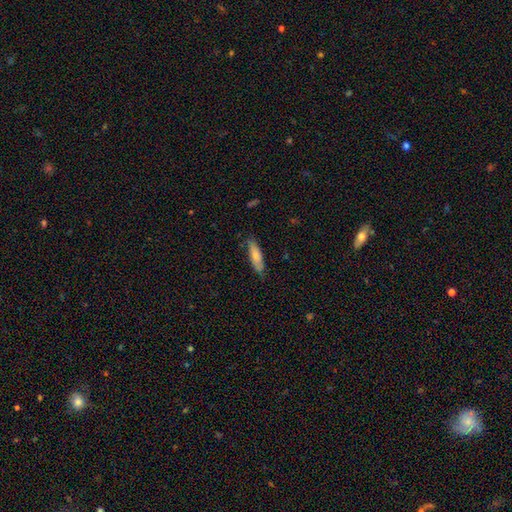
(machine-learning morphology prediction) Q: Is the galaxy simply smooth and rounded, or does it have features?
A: smooth — 73%.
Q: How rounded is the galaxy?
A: cigar-shaped — 58%.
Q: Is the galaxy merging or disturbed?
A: none — 74%.